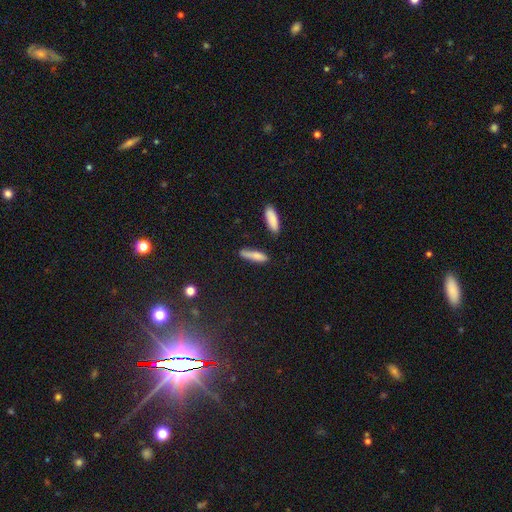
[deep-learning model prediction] Smooth or featured: smooth — 79% (featured or disk — 14%)
How rounded: cigar-shaped — 77% (in between — 21%)
Merging: none — 68% (minor disturbance — 20%)